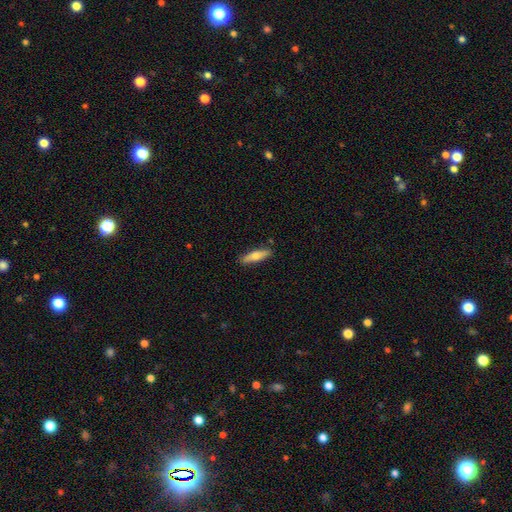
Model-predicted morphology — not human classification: Smooth or featured? Predicted: smooth (p=0.61). How rounded? Predicted: cigar-shaped (p=0.76). Merging? Predicted: none (p=0.87).